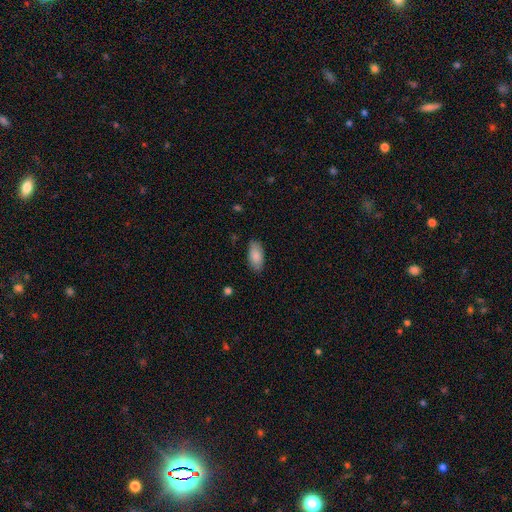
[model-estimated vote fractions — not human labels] Smooth or featured? smooth (87%)
How rounded? in between (92%)
Merging? none (84%)